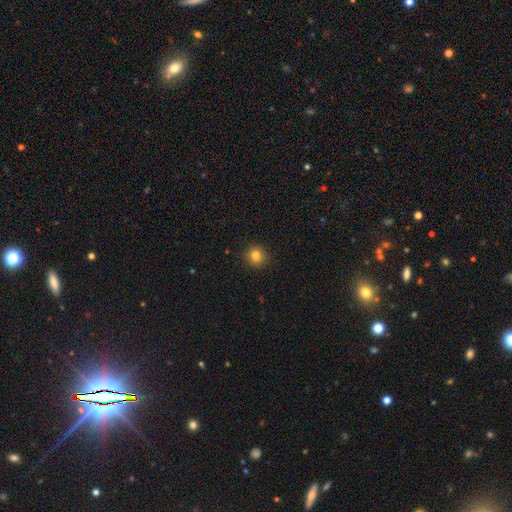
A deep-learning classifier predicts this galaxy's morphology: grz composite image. It shows a smooth galaxy with no disk features (83%) that is round (89%). Merging: none (91%).